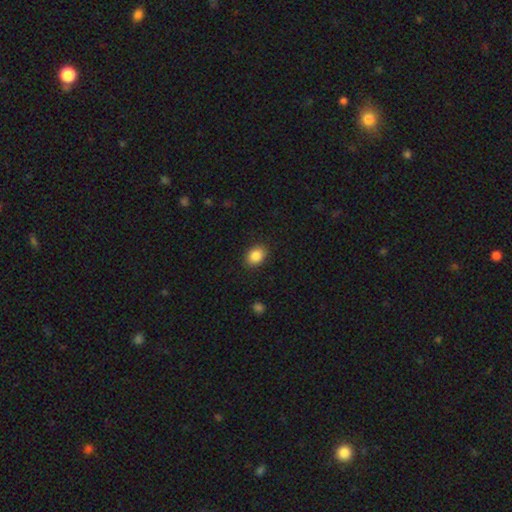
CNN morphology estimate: smooth-or-featured: smooth: 87% | star or artifact: 8% | featured or disk: 4%
  how-rounded: in between: 68% | round: 31% | cigar-shaped: 1%
  merging: none: 88% | minor disturbance: 8% | major disturbance: 2% | merger: 1%